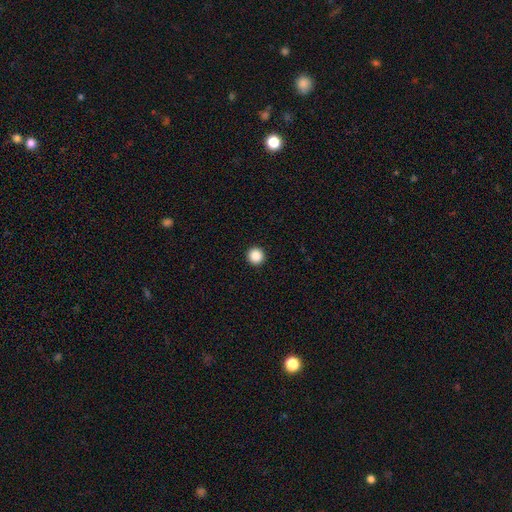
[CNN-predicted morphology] smooth 88%, star or artifact 10%, featured or disk 2%. Down the decision tree: how rounded — round (96%); merging — none (94%).